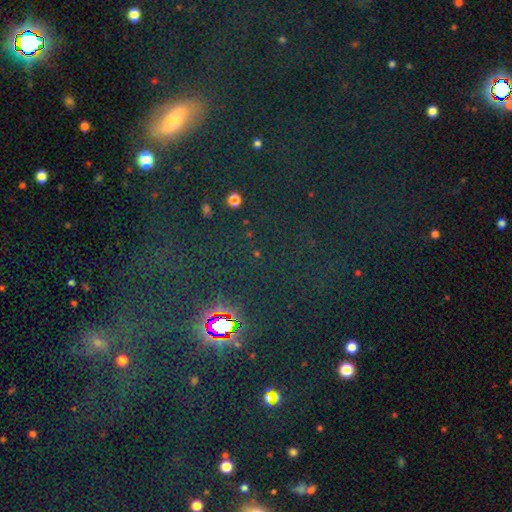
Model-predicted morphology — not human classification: Smooth or featured: star or artifact — 66% (smooth — 22%)